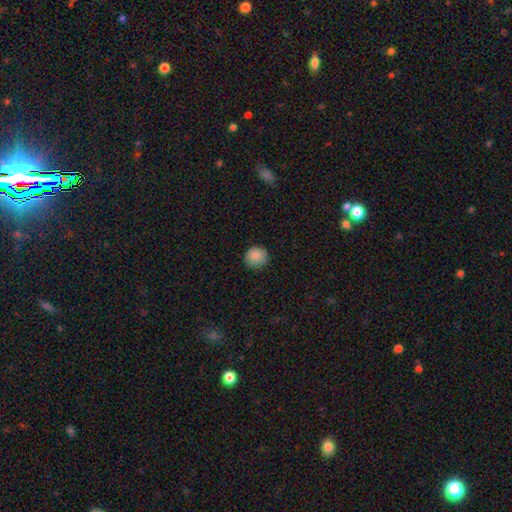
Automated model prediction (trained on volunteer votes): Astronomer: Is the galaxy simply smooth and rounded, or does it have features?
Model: smooth — 86%.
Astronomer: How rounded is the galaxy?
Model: round — 91%.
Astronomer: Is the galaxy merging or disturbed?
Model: none — 85%.